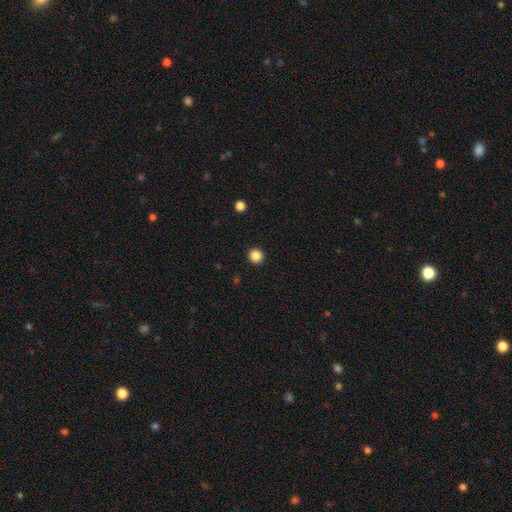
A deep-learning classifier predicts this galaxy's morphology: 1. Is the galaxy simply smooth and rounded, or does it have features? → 86% smooth, 11% star or artifact, 3% featured or disk.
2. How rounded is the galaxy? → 96% round, 3% in between, 1% cigar-shaped.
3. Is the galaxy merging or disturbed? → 94% none, 4% minor disturbance, 1% major disturbance, 1% merger.